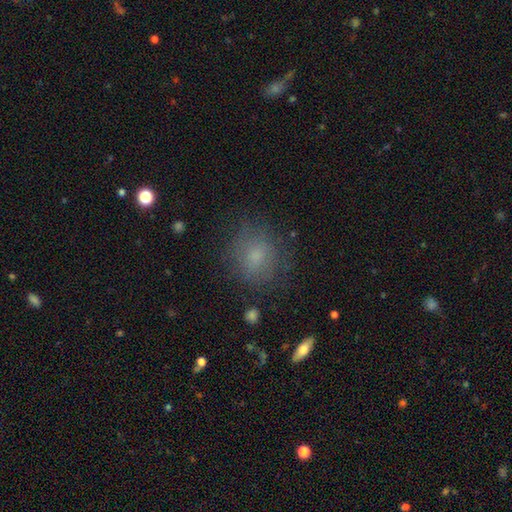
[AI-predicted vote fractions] Overall: smooth (71%). How rounded: round (75%). Merging: none (76%).